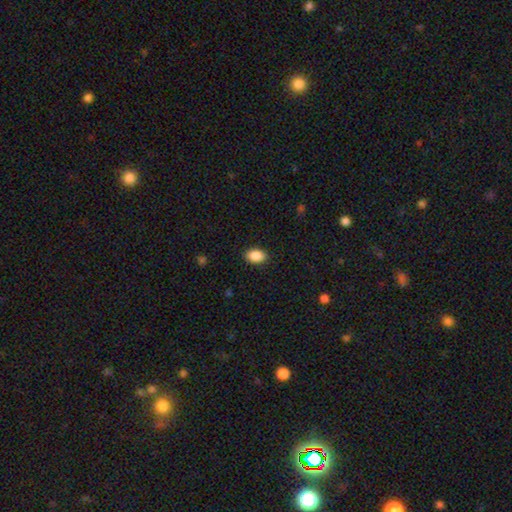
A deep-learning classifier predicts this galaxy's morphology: smooth-or-featured: smooth: 90% | star or artifact: 7% | featured or disk: 3%
  how-rounded: in between: 85% | round: 14% | cigar-shaped: 1%
  merging: none: 89% | minor disturbance: 8% | major disturbance: 2% | merger: 1%